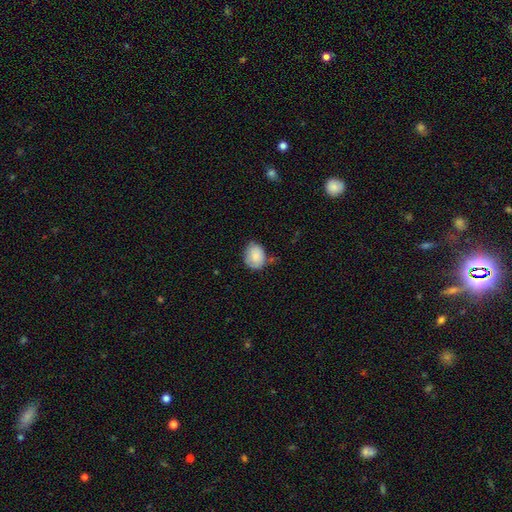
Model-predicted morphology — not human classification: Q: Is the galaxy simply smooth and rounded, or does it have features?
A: smooth — 83%.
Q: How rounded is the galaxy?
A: in between — 54%.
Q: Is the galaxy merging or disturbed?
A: none — 58%.